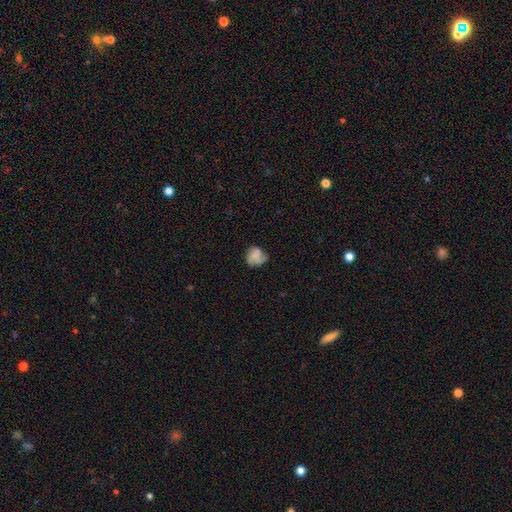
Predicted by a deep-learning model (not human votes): Smooth or featured?
  - smooth: 60% *
  - featured or disk: 30%
  - star or artifact: 10%
How rounded?
  - round: 71% *
  - in between: 28%
  - cigar-shaped: 1%
Merging?
  - none: 56% *
  - minor disturbance: 27%
  - major disturbance: 14%
  - merger: 2%